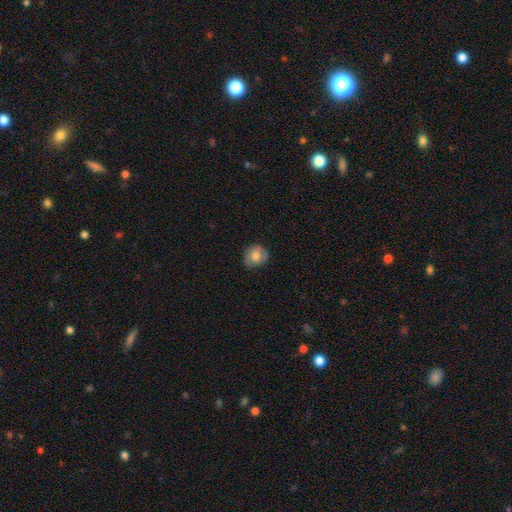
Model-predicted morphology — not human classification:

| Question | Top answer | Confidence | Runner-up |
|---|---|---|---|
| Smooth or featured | smooth | 66% | featured or disk (26%) |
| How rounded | round | 81% | in between (18%) |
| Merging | none | 78% | minor disturbance (17%) |